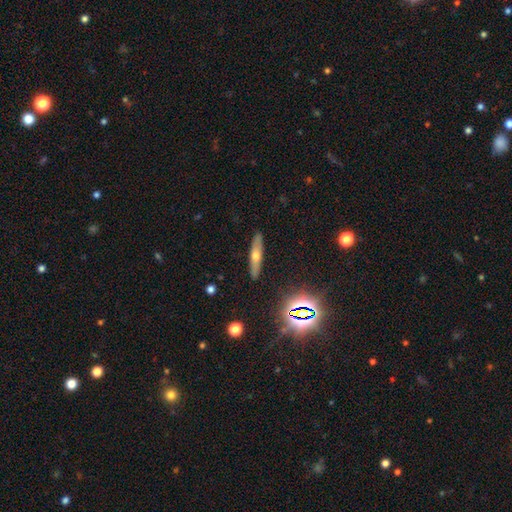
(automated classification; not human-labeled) A smooth galaxy with no disk features (44%, tied with featured or disk).

Vote fractions:
- Smooth or featured? smooth: 44% (tied) / featured or disk: 44% (tied) / star or artifact: 11%
- Merging? none: 89% / minor disturbance: 8% / major disturbance: 2% / merger: 1%